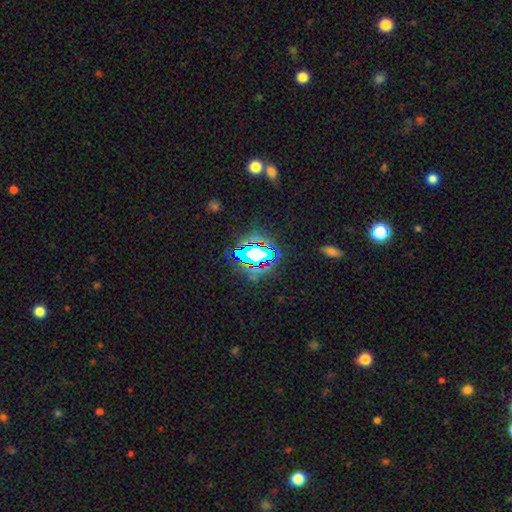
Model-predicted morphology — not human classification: A star or artifact, not a galaxy (68%).